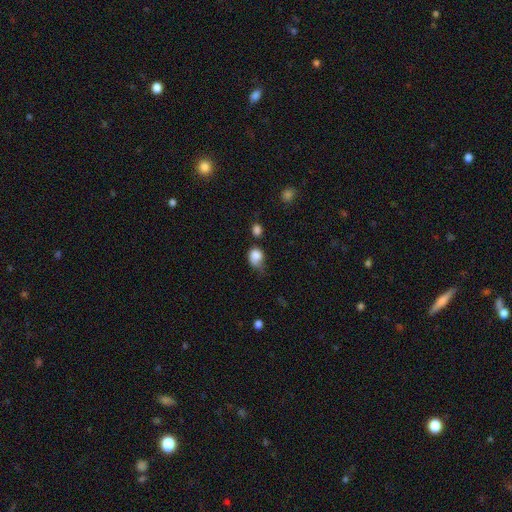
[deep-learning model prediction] The model was most divided on "merging": minor disturbance: 40%, none: 34%, major disturbance: 17%, merger: 9%. More confident: smooth or featured — smooth (84%); how rounded — round (53%).